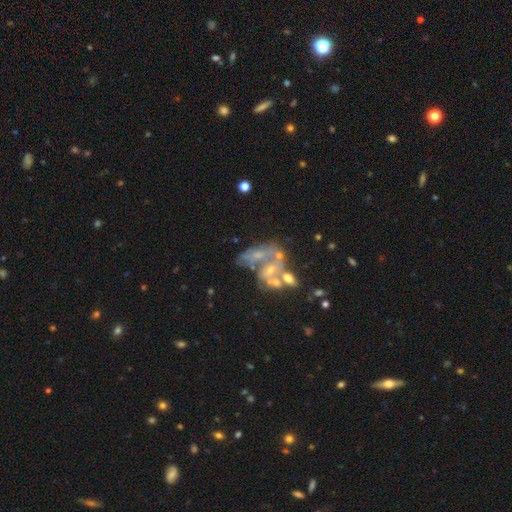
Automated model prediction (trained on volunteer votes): featured or disk 65%, smooth 21%, star or artifact 14%. Down the decision tree: edge-on disk — no (97%); bar — no (77%); spiral arms — no (71%); bulge size — none (40%); merging — merger (41%).